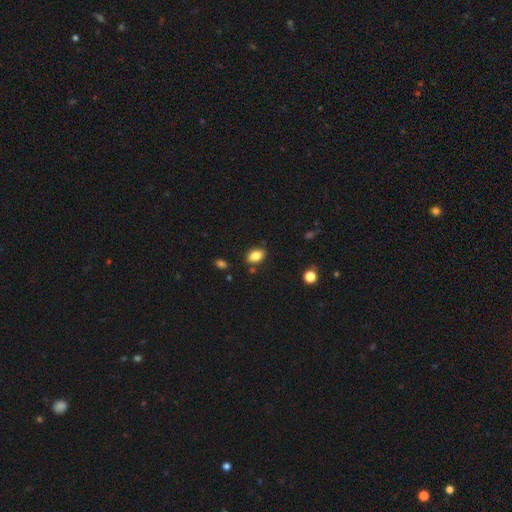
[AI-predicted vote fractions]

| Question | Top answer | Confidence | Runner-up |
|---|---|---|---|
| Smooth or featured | smooth | 84% | star or artifact (9%) |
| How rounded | in between | 86% | round (12%) |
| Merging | none | 84% | minor disturbance (11%) |